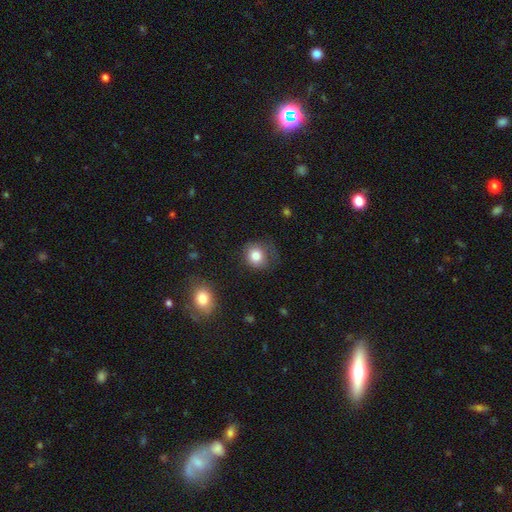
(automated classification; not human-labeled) Overall: smooth (81%). How rounded: round (79%). Merging: none (61%; minor disturbance 24%).